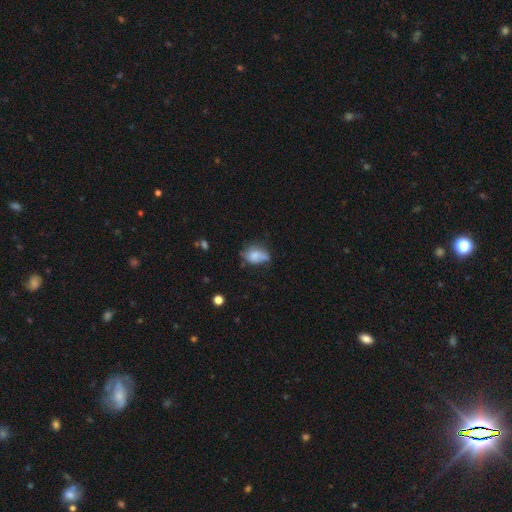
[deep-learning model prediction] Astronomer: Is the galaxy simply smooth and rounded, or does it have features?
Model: smooth — 68%.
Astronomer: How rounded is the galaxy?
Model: in between — 80%.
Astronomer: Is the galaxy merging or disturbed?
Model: minor disturbance — 39% (runner-up: none, 34%).